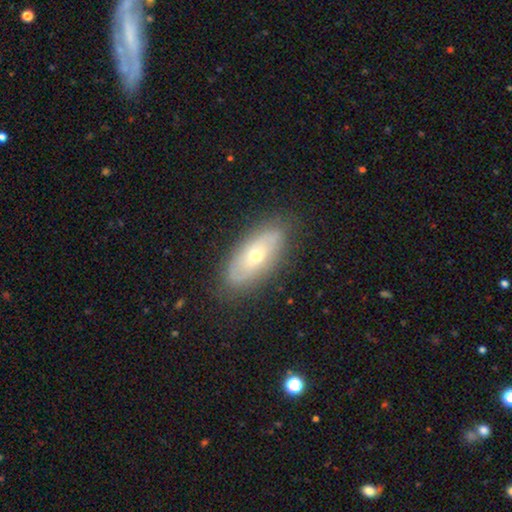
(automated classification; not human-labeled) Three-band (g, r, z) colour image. It shows a featured or disk galaxy (53%). Merging: none (82%).